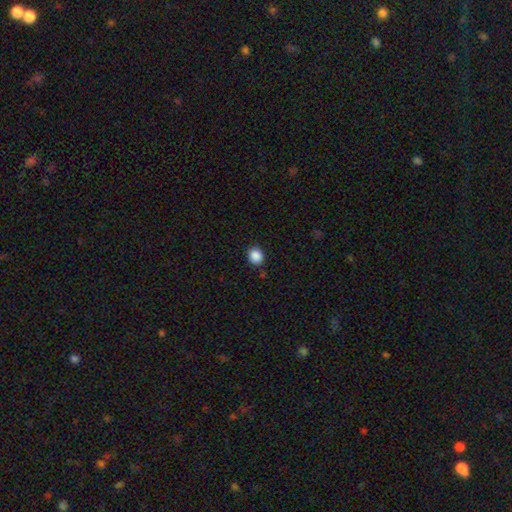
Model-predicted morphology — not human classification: Smooth or featured?
  - smooth: 88% *
  - star or artifact: 9%
  - featured or disk: 3%
How rounded?
  - round: 74% *
  - in between: 25%
  - cigar-shaped: 1%
Merging?
  - none: 89% *
  - minor disturbance: 8%
  - major disturbance: 2%
  - merger: 2%